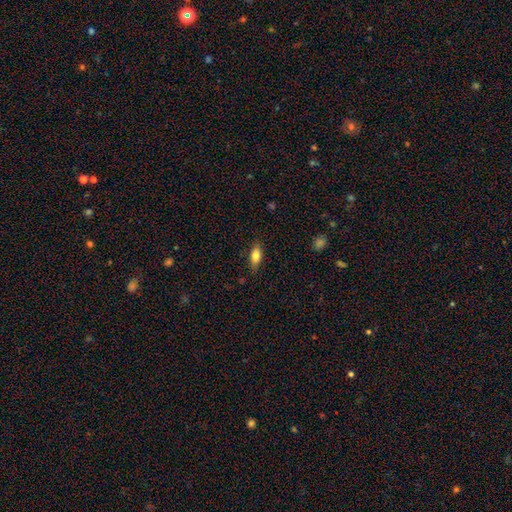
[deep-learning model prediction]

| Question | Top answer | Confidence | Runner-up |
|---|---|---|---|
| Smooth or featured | smooth | 79% | featured or disk (13%) |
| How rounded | in between | 80% | cigar-shaped (15%) |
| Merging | none | 83% | minor disturbance (13%) |